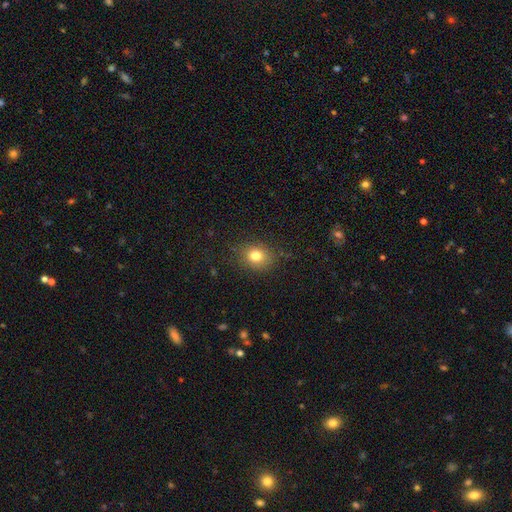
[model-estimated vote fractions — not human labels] Smooth or featured: smooth — 78% (star or artifact — 13%)
How rounded: round — 66% (in between — 33%)
Merging: none — 84% (minor disturbance — 11%)